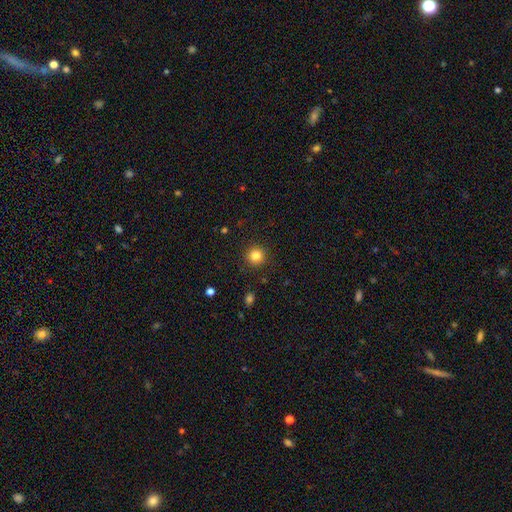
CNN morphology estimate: This appears to be a smooth galaxy with no disk features (84%) that is round (94%). Merging: none (91%).